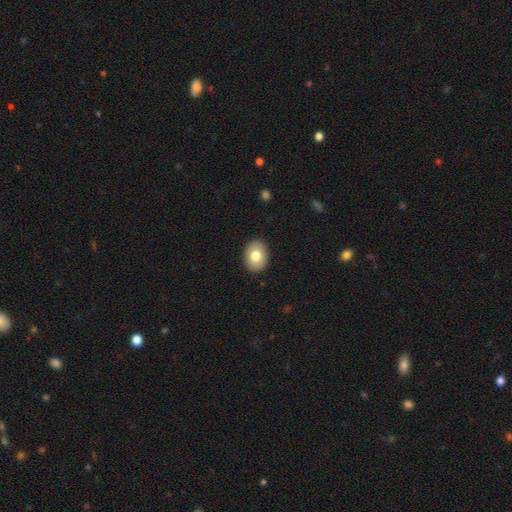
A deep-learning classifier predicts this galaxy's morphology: smooth 79%, featured or disk 14%, star or artifact 7%. Down the decision tree: how rounded — in between (69%); merging — none (90%).